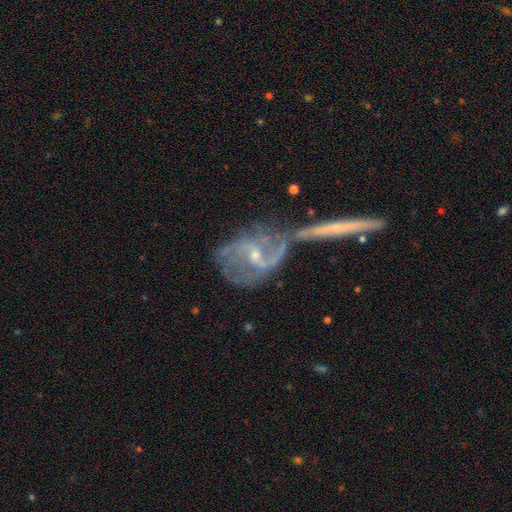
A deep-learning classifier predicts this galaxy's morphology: A featured or disk galaxy (85%) with a weak bar (48%), 2 (66%) loose (45%) spiral arms (91%) and a small central bulge (63%). Merging: merger (35%).